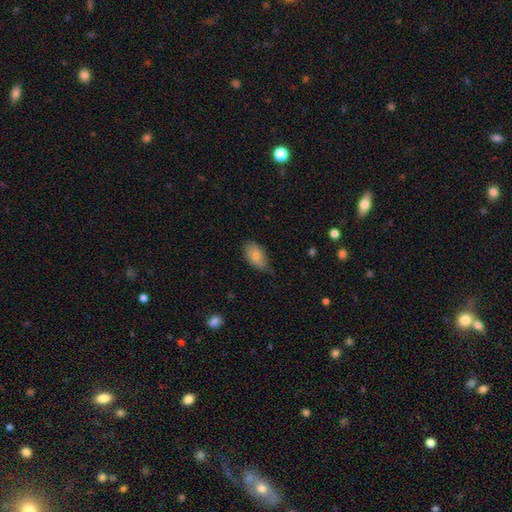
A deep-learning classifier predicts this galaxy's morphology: A smooth galaxy with no disk features (81%) that is in between round and cigar-shaped (93%).

Vote fractions:
- Smooth or featured? smooth: 81% / featured or disk: 13% / star or artifact: 7%
- How rounded? in between: 93% / round: 5% / cigar-shaped: 2%
- Merging? none: 65% / minor disturbance: 30% / major disturbance: 4% / merger: 1%